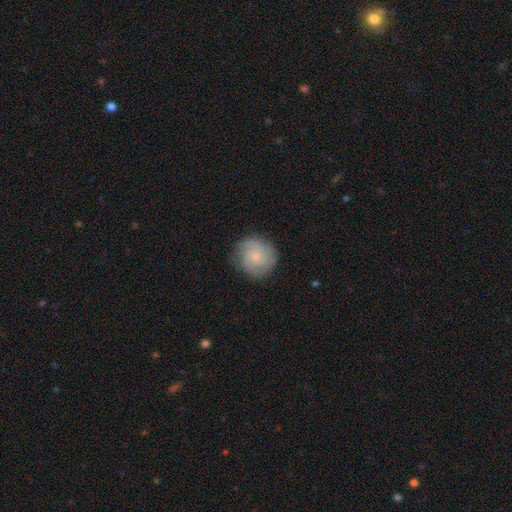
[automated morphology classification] Smooth or featured?
  - featured or disk: 70% *
  - smooth: 24%
  - star or artifact: 6%
Edge-on disk?
  - no: 98% *
  - yes: 2%
Bar?
  - no: 72% *
  - weak: 25%
  - strong: 3%
Spiral arms?
  - yes: 95% *
  - no: 5%
Spiral winding?
  - tight: 62% *
  - medium: 31%
  - loose: 7%
Spiral arm count?
  - 3: 36% *
  - 2: 23%
  - can't tell: 22%
  - 4: 9%
  - 1: 5%
  - more than 4: 5%
Bulge size?
  - small: 63% *
  - moderate: 27%
  - none: 7%
  - large: 2%
  - dominant: 1%
Merging?
  - none: 81% *
  - minor disturbance: 14%
  - major disturbance: 4%
  - merger: 1%